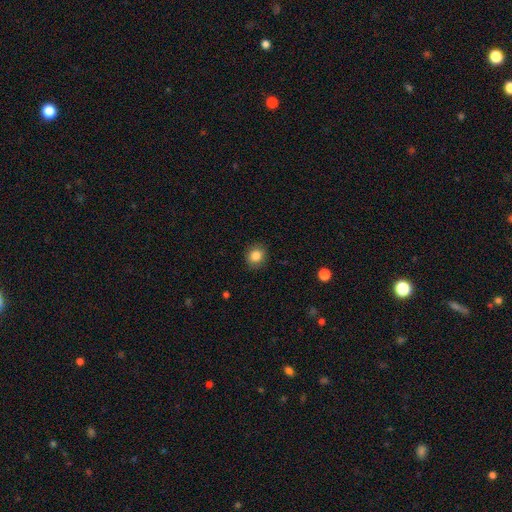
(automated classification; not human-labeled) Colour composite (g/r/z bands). It shows a smooth galaxy with no disk features (84%) that is round (80%). Merging: none (88%).